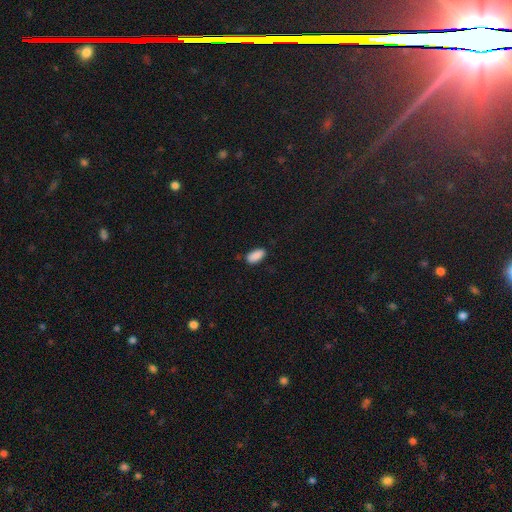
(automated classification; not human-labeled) smooth 89%, star or artifact 7%, featured or disk 3%. Down the decision tree: how rounded — in between (92%); merging — none (84%).